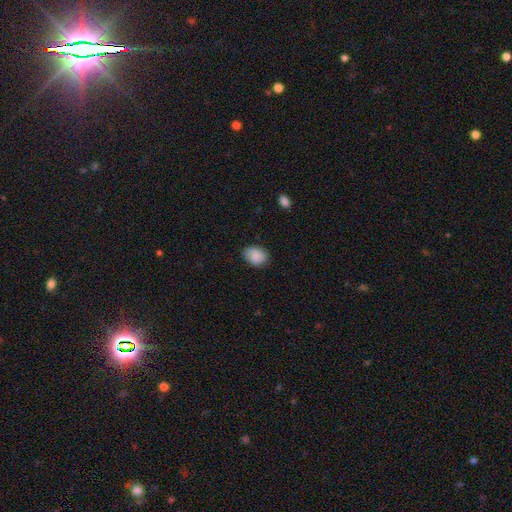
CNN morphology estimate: smooth 89%, star or artifact 7%, featured or disk 4%. Down the decision tree: how rounded — in between (68%); merging — none (82%).